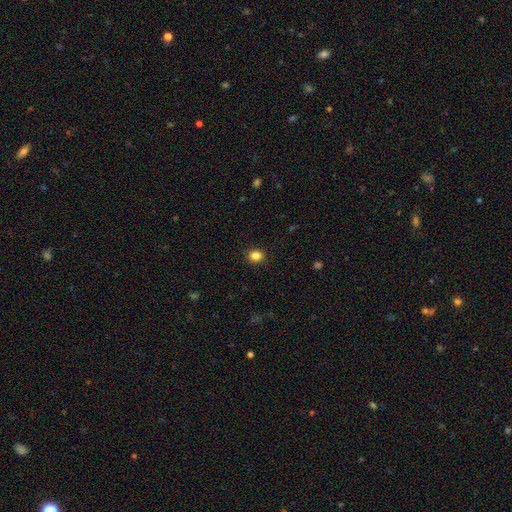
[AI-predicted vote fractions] A smooth galaxy with no disk features (85%) that is round (73%). Merging: none (91%).